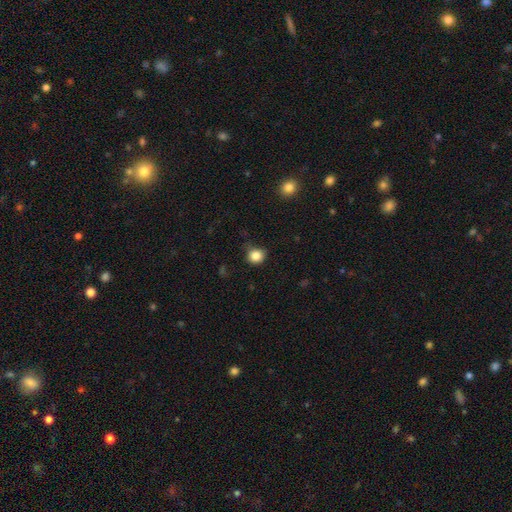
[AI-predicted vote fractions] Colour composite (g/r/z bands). It shows a smooth galaxy with no disk features (85%) that is round (87%). Merging: none (75%).